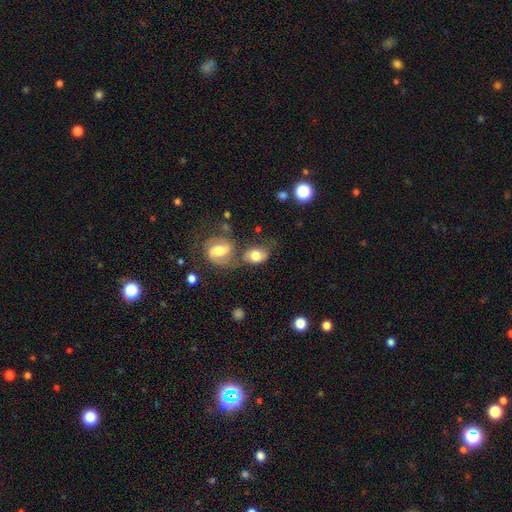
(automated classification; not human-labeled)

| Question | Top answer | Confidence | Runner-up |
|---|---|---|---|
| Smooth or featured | smooth | 65% | featured or disk (27%) |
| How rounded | in between | 71% | round (27%) |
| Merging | none | 46% | merger (26%) |